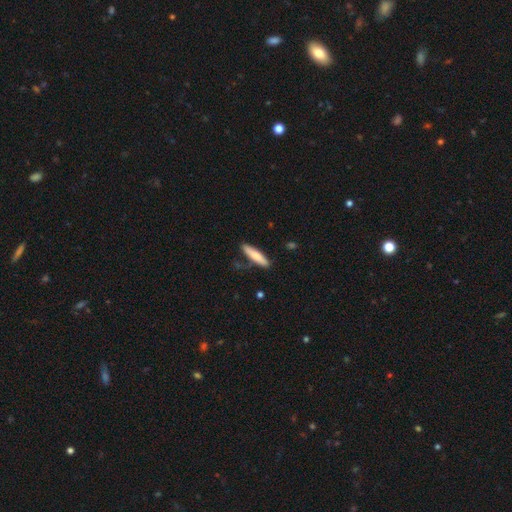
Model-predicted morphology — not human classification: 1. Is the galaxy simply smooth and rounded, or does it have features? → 74% smooth, 20% featured or disk, 5% star or artifact.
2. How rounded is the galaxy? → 81% cigar-shaped, 17% in between, 1% round.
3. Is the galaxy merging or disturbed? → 81% none, 14% minor disturbance, 3% merger, 3% major disturbance.